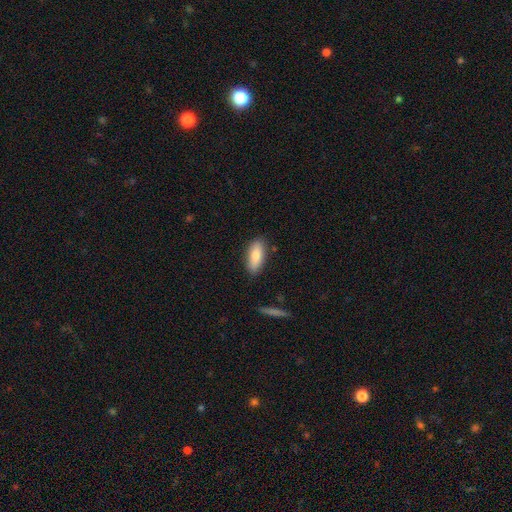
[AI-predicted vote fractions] Smooth or featured? smooth (82%)
How rounded? in between (73%)
Merging? none (84%)